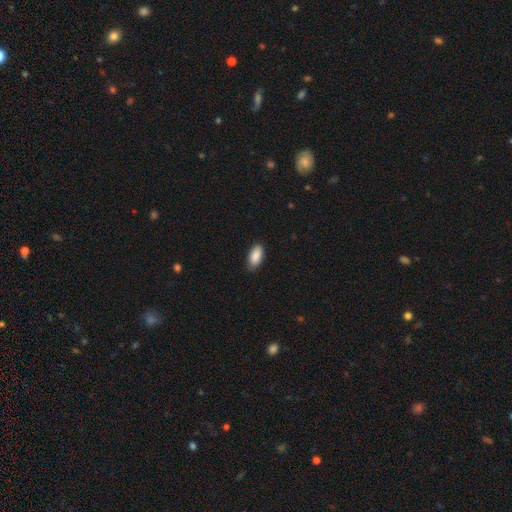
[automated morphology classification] This appears to be a smooth galaxy with no disk features (89%) that is in between round and cigar-shaped (91%). Merging: none (83%).